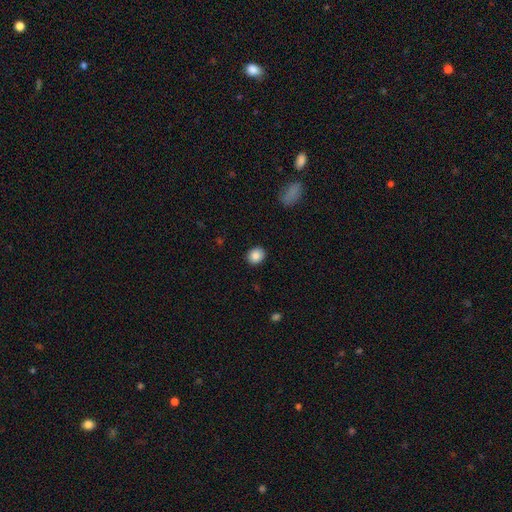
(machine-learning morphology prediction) Smooth or featured? Predicted: smooth (p=0.87). How rounded? Predicted: round (p=0.68). Merging? Predicted: none (p=0.90).